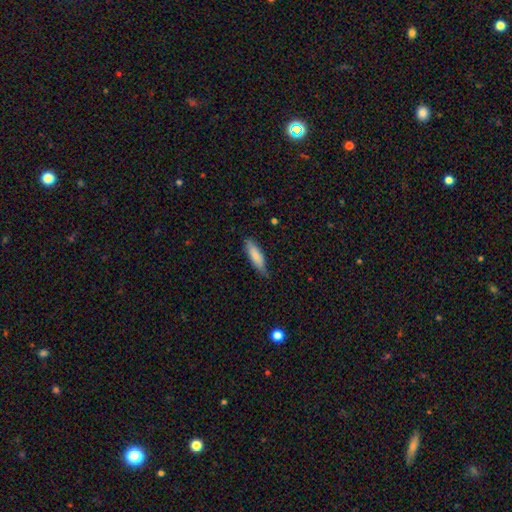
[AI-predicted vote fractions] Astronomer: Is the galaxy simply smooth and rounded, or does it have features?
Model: smooth — 79%.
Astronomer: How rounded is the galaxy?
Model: cigar-shaped — 56% (runner-up: in between, 43%).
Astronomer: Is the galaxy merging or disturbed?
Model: none — 73%.